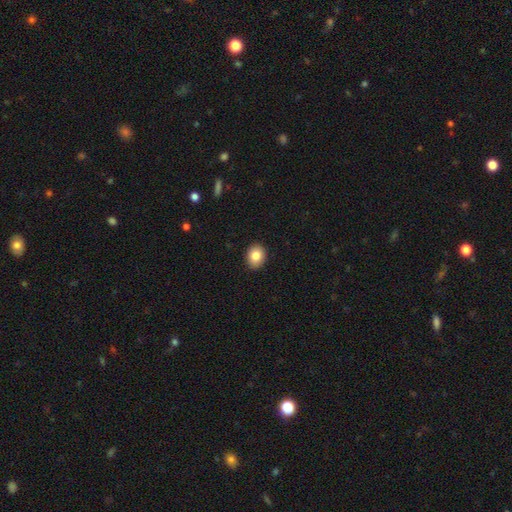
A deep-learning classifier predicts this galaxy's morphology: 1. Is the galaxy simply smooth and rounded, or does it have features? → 84% smooth, 9% star or artifact, 7% featured or disk.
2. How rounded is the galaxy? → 54% round, 45% in between, 1% cigar-shaped.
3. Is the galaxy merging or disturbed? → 91% none, 6% minor disturbance, 2% major disturbance, 1% merger.